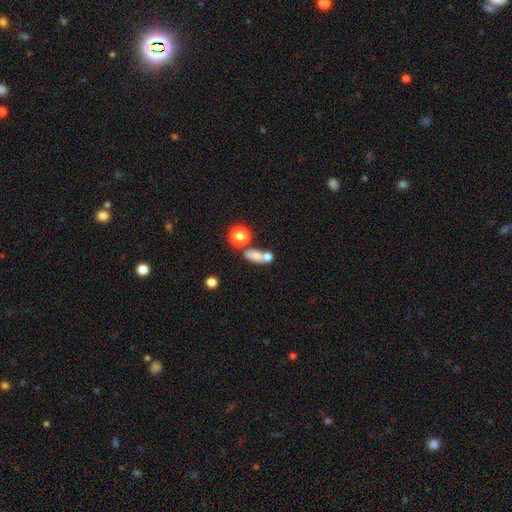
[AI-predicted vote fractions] Q: Smooth or featured?
A: smooth (73%); runner-up: featured or disk (14%)
Q: How rounded?
A: in between (67%); runner-up: round (22%)
Q: Merging?
A: none (42%); runner-up: merger (38%)